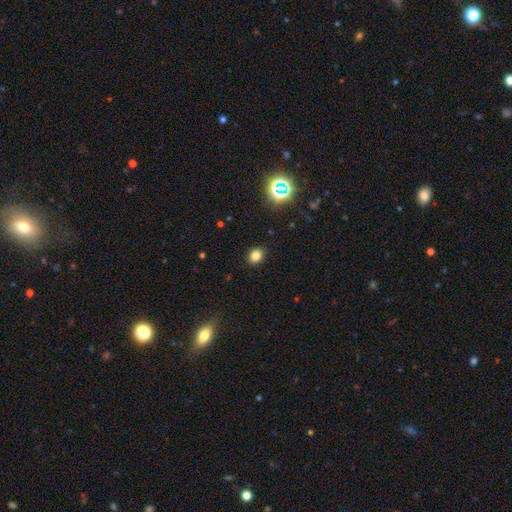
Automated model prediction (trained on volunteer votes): Q: Smooth or featured?
A: smooth (79%); runner-up: star or artifact (15%)
Q: How rounded?
A: in between (53%); runner-up: round (46%)
Q: Merging?
A: none (89%); runner-up: minor disturbance (8%)